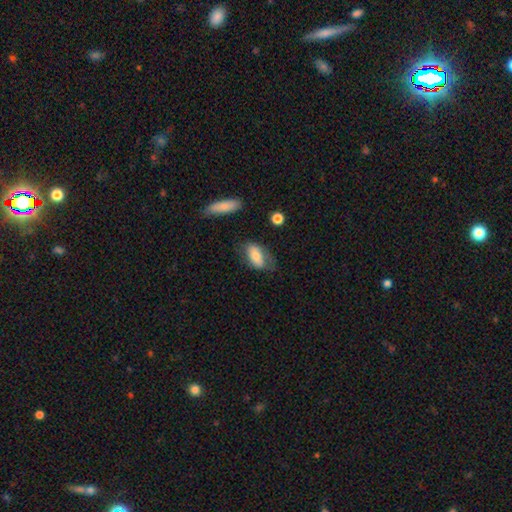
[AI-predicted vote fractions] Morphology: type=smooth (70%); roundness=in between (89%); merging=none (57%).